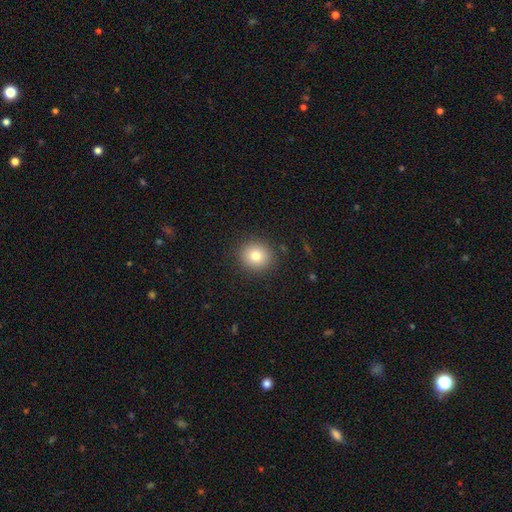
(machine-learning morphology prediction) This is clearly a smooth galaxy (80%). How rounded: clearly round (86%). Merging: clearly none (90%).